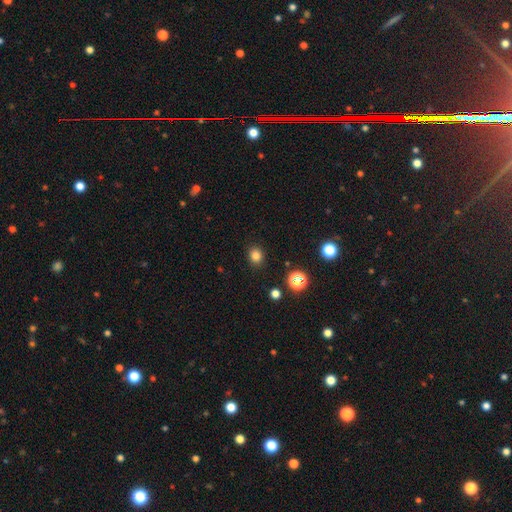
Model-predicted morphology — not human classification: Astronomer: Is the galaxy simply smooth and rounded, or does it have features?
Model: smooth — 81%.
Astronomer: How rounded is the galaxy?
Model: round — 73%.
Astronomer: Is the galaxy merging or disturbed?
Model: none — 89%.